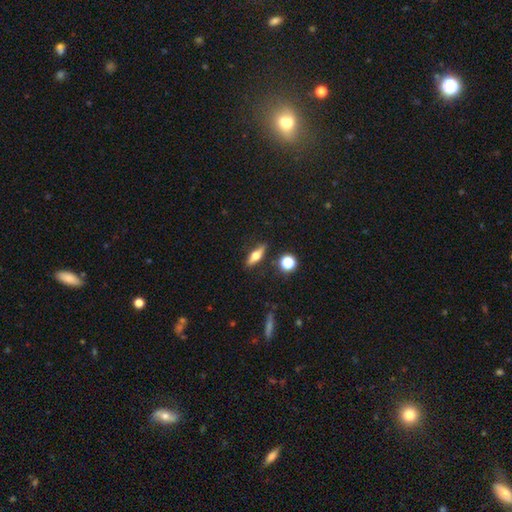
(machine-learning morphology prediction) This is possibly a featured or disk galaxy (47%). Merging: clearly none (85%).